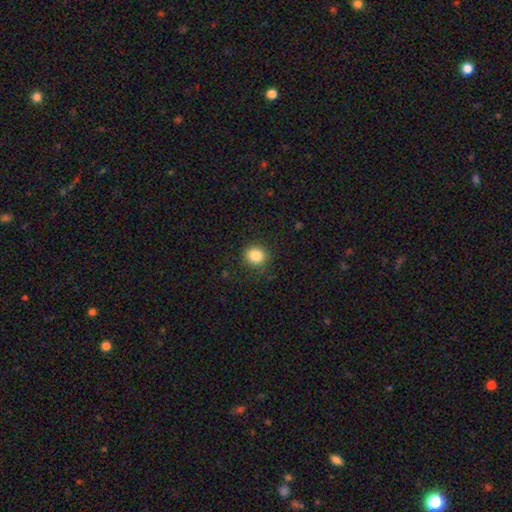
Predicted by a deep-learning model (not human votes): A smooth galaxy with no disk features (85%) that is round (88%).

Vote fractions:
- Smooth or featured? smooth: 85% / star or artifact: 11% / featured or disk: 4%
- How rounded? round: 88% / in between: 11% / cigar-shaped: 1%
- Merging? none: 88% / minor disturbance: 8% / major disturbance: 3% / merger: 1%